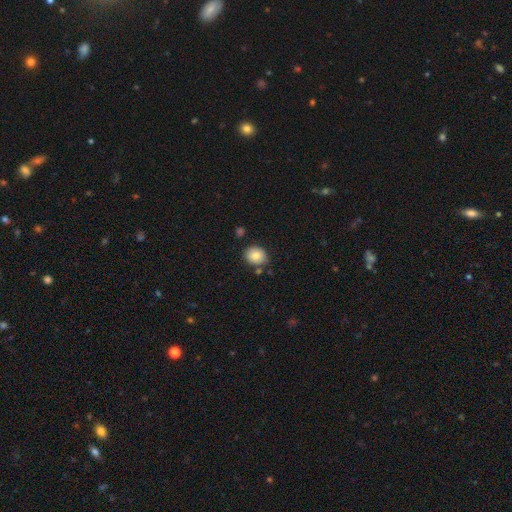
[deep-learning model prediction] Smooth or featured? smooth (81%)
How rounded? round (57%)
Merging? none (78%)